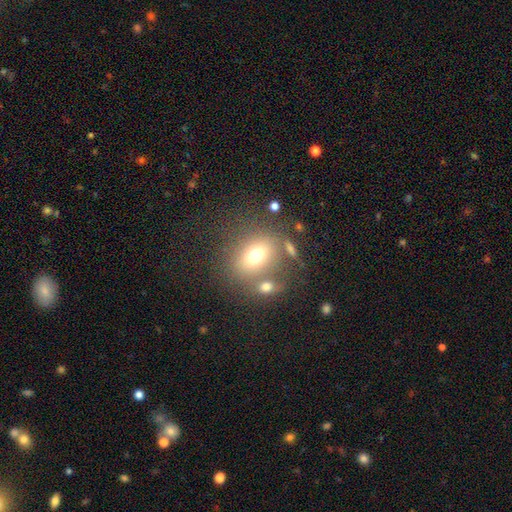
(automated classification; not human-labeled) Smooth or featured? smooth (70%)
How rounded? in between (52%)
Merging? none (61%)